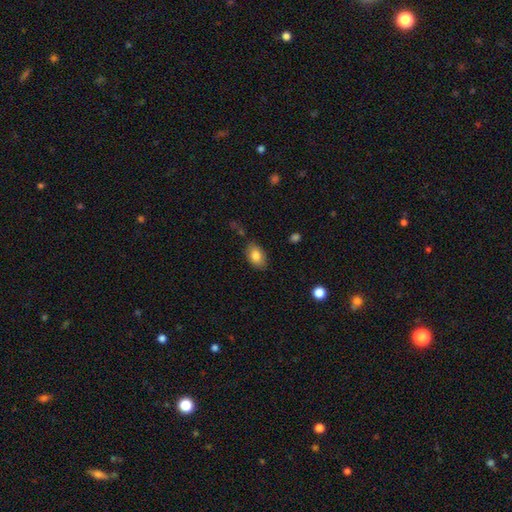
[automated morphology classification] Smooth or featured?
  - smooth: 82% *
  - featured or disk: 10%
  - star or artifact: 8%
How rounded?
  - in between: 85% *
  - round: 13%
  - cigar-shaped: 1%
Merging?
  - none: 79% *
  - minor disturbance: 15%
  - major disturbance: 3%
  - merger: 3%